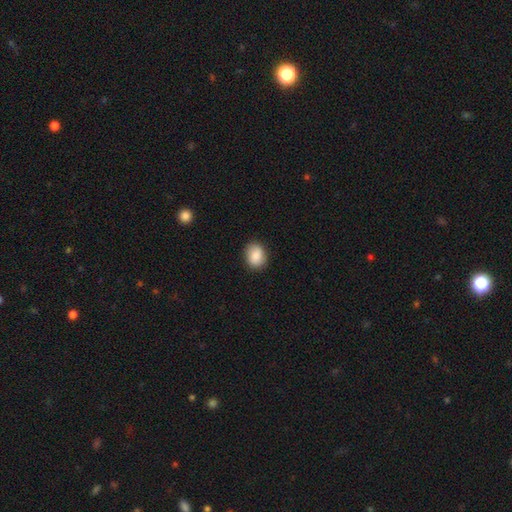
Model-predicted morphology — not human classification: smooth 86%, star or artifact 7%, featured or disk 7%. Down the decision tree: how rounded — in between (50%); merging — none (86%).